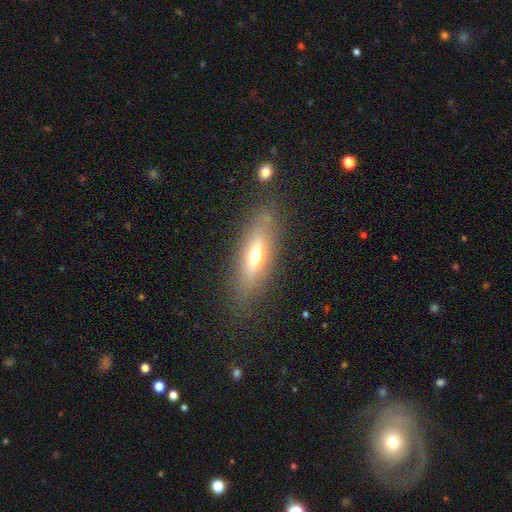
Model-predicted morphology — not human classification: Smooth or featured: smooth — 50% (featured or disk — 40%)
How rounded: in between — 52% (cigar-shaped — 44%)
Merging: none — 80% (minor disturbance — 13%)